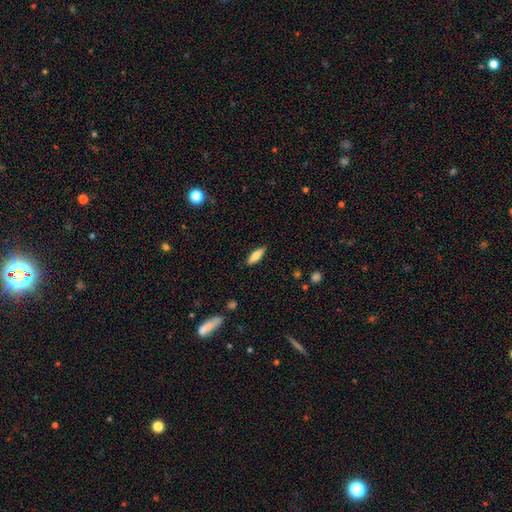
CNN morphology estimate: type=smooth (70%); roundness=cigar-shaped (53%); merging=none (87%).